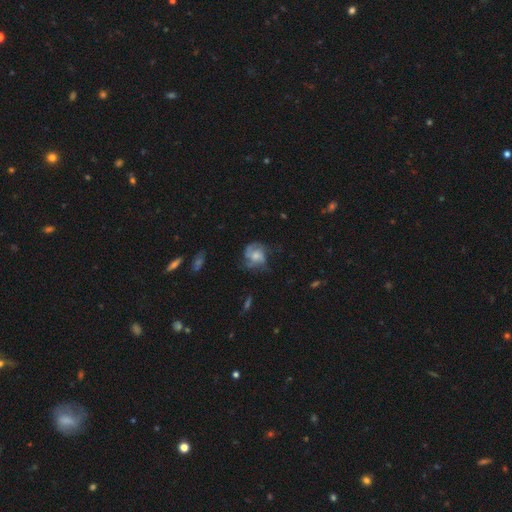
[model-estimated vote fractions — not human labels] Overall: featured or disk (64%; smooth 28%). Edge-on disk: no (97%). Bar: no (73%). Spiral arms: yes (84%). Spiral arm count: 3 (34%; can't tell 26%). Spiral winding: medium (44%; tight 35%). Bulge size: moderate (47%; small 28%). Merging: none (54%; minor disturbance 24%).